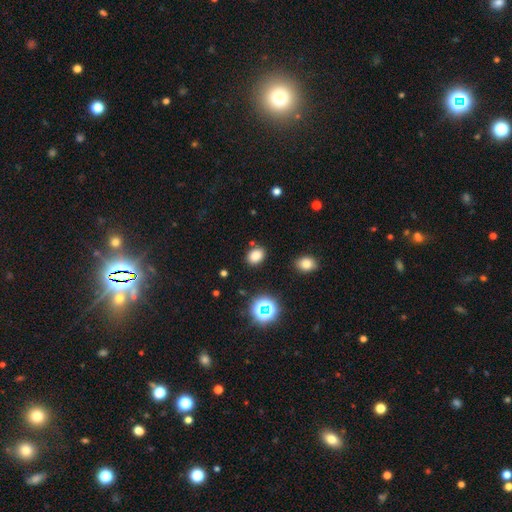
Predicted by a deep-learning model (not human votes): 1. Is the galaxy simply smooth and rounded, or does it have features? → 80% smooth, 15% star or artifact, 5% featured or disk.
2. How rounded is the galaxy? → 64% in between, 35% round, 1% cigar-shaped.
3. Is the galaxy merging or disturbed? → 85% none, 9% minor disturbance, 3% major disturbance, 3% merger.